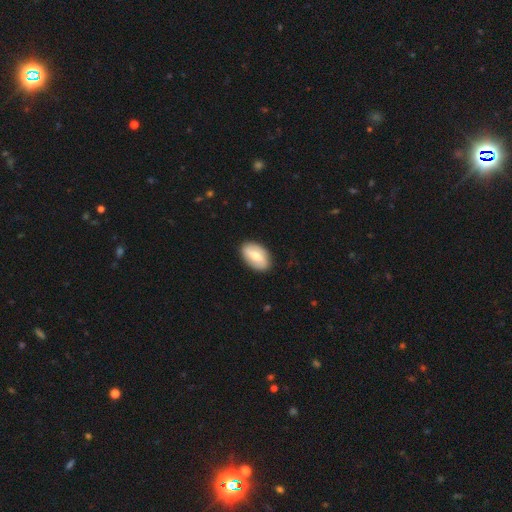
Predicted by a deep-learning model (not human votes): A smooth galaxy with no disk features (55%) that is in between round and cigar-shaped (92%). Merging: none (87%).